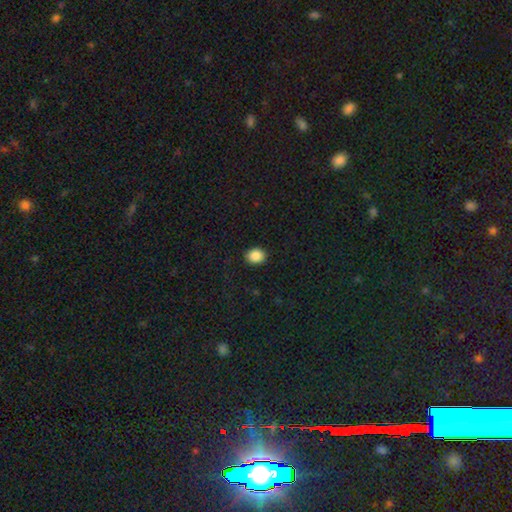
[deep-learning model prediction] A smooth galaxy with no disk features (88%) that is round (60%).

Vote fractions:
- Smooth or featured? smooth: 88% / star or artifact: 9% / featured or disk: 3%
- How rounded? round: 60% / in between: 39% / cigar-shaped: 1%
- Merging? none: 90% / minor disturbance: 7% / major disturbance: 2% / merger: 1%